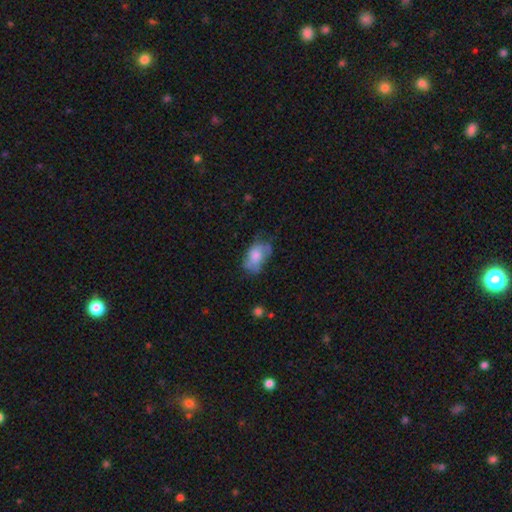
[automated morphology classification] type=smooth (54%); roundness=in between (88%); merging=none (43%).